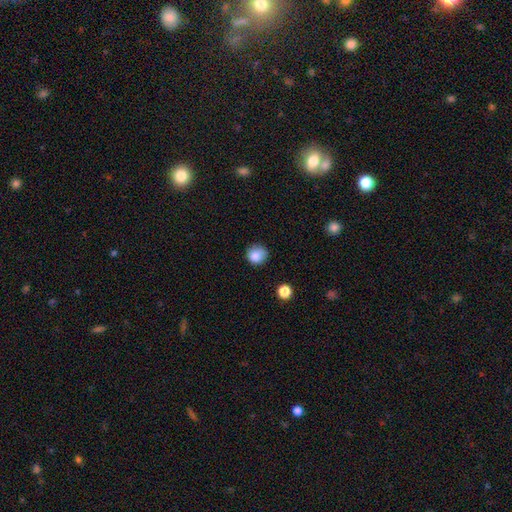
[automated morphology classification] The model was most divided on "merging": none: 77%, minor disturbance: 17%, major disturbance: 4%, merger: 2%. More confident: how rounded — round (88%); smooth or featured — smooth (86%).